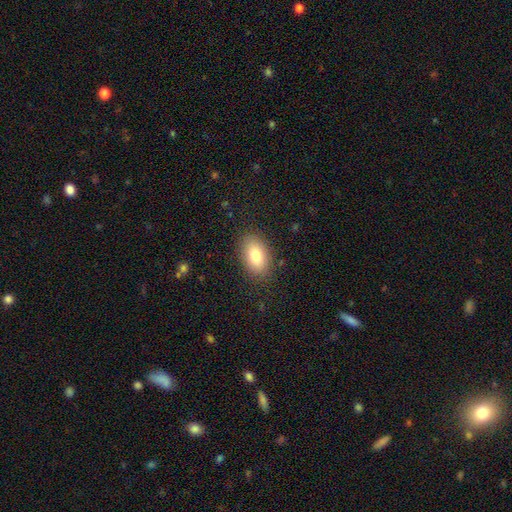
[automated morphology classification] This is clearly a smooth galaxy (81%). How rounded: clearly in between (90%). Merging: clearly none (85%).